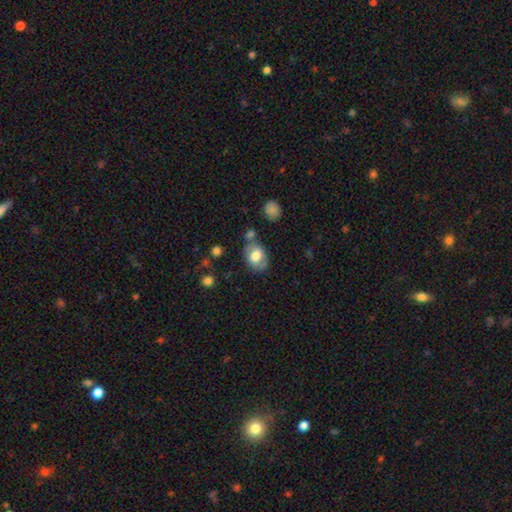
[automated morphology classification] Q: Smooth or featured?
A: smooth (67%); runner-up: featured or disk (25%)
Q: How rounded?
A: in between (77%); runner-up: round (22%)
Q: Merging?
A: none (62%); runner-up: minor disturbance (20%)